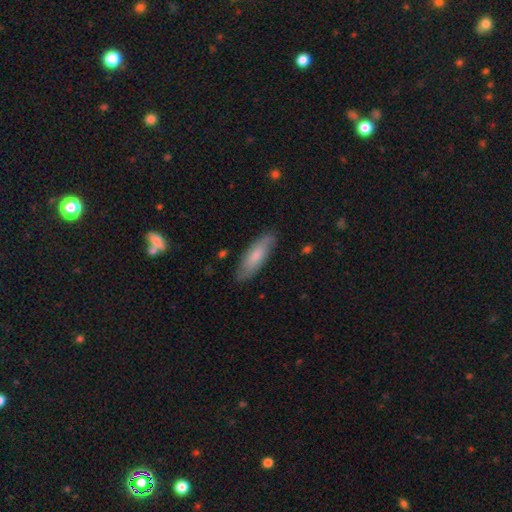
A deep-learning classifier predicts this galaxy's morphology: This is likely a smooth galaxy (69%). How rounded: possibly in between (54%). Merging: clearly none (82%).